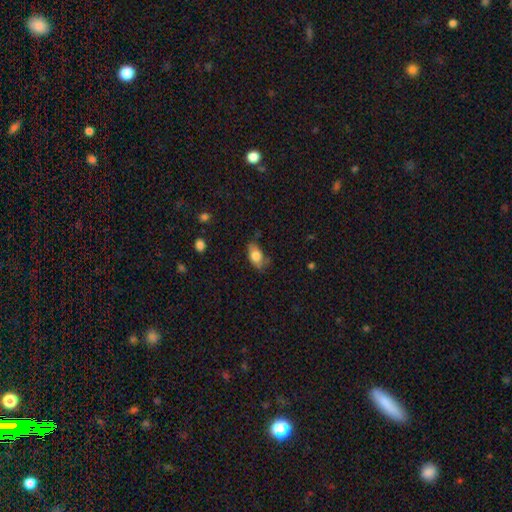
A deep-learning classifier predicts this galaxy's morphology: Smooth or featured: smooth — 76% (featured or disk — 16%)
How rounded: in between — 88% (round — 7%)
Merging: none — 61% (minor disturbance — 29%)